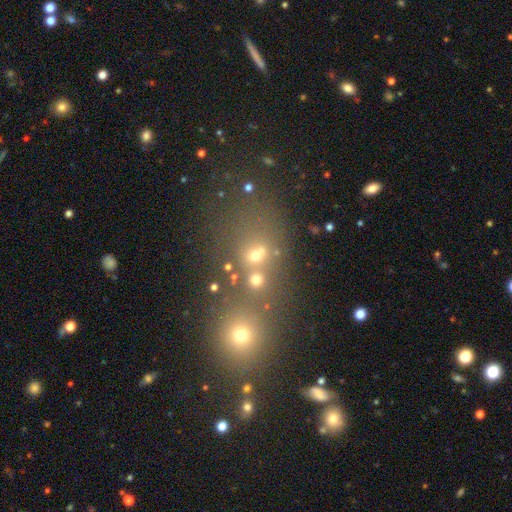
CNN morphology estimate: Smooth or featured: smooth — 47% (star or artifact — 39%)
Merging: merger — 49% (none — 38%)